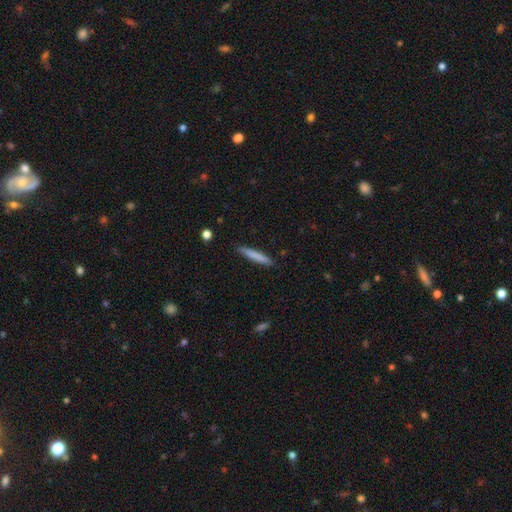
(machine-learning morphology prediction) Smooth or featured? Predicted: smooth (p=0.78). How rounded? Predicted: cigar-shaped (p=0.94). Merging? Predicted: none (p=0.89).